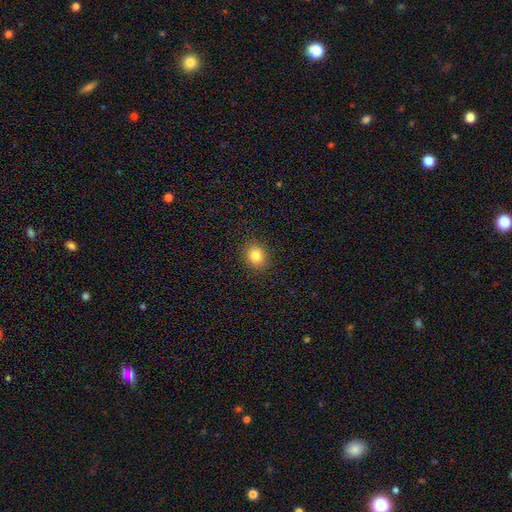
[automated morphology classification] Q: Smooth or featured?
A: smooth (82%); runner-up: star or artifact (12%)
Q: How rounded?
A: round (74%); runner-up: in between (25%)
Q: Merging?
A: none (90%); runner-up: minor disturbance (7%)